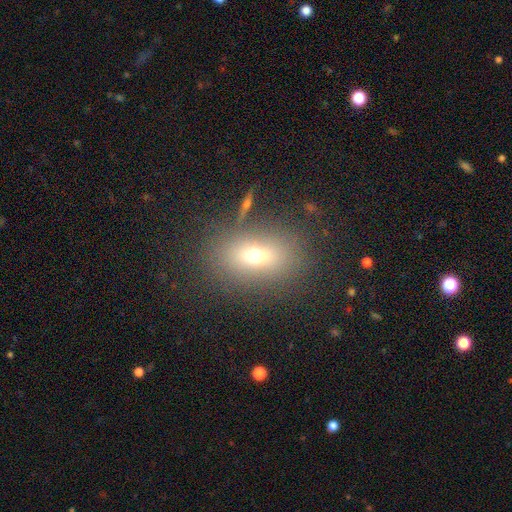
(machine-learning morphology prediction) Smooth or featured? Predicted: smooth (p=0.65). How rounded? Predicted: in between (p=0.69). Merging? Predicted: none (p=0.79).